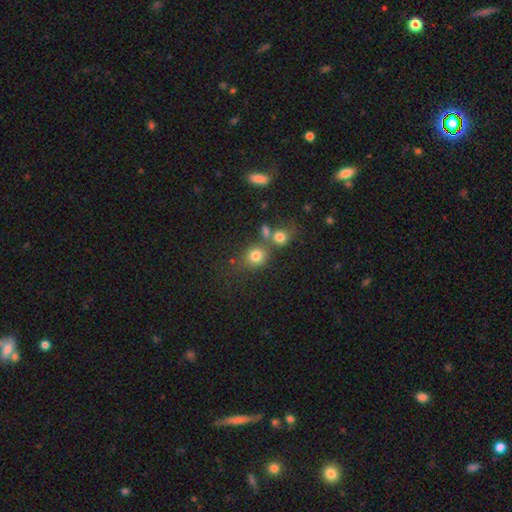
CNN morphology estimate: smooth_or_featured: smooth (p=0.78) [alt: star or artifact p=0.14]
how_rounded: round (p=0.81) [alt: in between p=0.18]
merging: none (p=0.58) [alt: merger p=0.25]